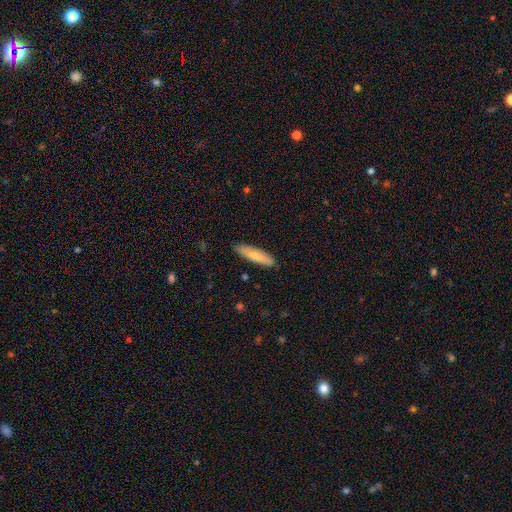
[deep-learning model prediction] This is likely a smooth galaxy (79%). How rounded: likely cigar-shaped (76%). Merging: clearly none (87%).